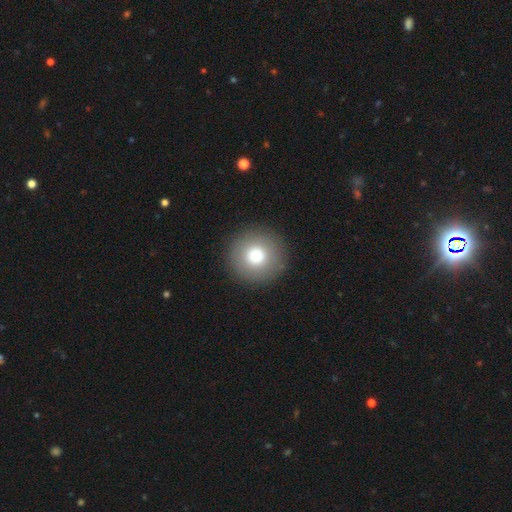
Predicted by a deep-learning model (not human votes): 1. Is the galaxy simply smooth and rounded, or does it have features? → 78% smooth, 13% featured or disk, 10% star or artifact.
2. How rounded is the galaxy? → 96% round, 3% in between, 1% cigar-shaped.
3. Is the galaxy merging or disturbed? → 91% none, 5% minor disturbance, 2% major disturbance, 1% merger.